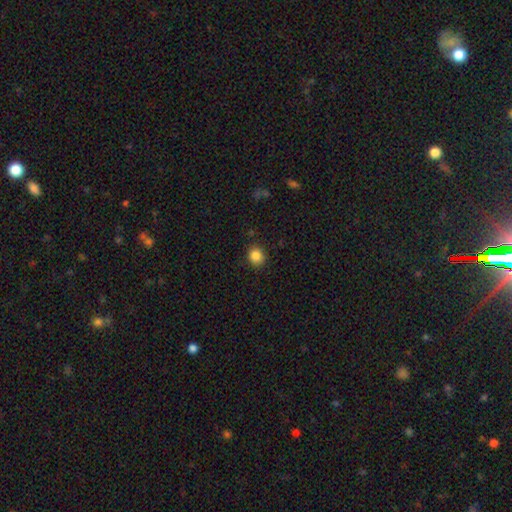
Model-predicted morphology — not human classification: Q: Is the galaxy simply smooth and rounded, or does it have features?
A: smooth — 85%.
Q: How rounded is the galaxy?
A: round — 81%.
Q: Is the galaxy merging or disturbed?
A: none — 89%.